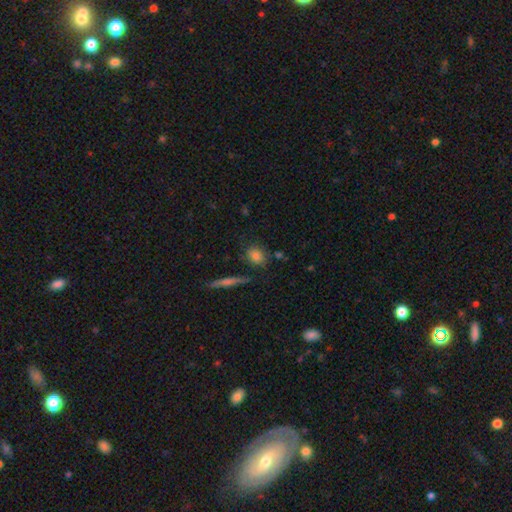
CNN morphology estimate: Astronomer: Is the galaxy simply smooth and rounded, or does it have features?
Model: smooth — 80%.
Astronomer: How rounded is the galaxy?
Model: round — 55% (runner-up: in between, 39%).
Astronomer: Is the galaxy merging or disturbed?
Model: none — 76%.